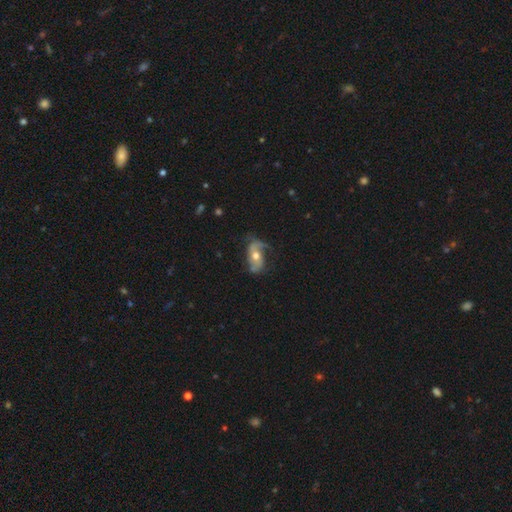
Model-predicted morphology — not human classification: A featured or disk galaxy (69%) with no bar (64%), 2 (75%) loose (53%) spiral arms (81%) and a moderate central bulge (73%). Merging: none (49%).